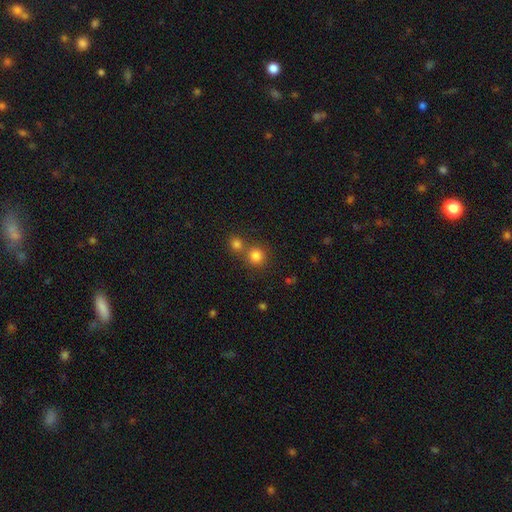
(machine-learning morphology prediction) type=smooth (80%); roundness=round (91%); merging=none (60%).